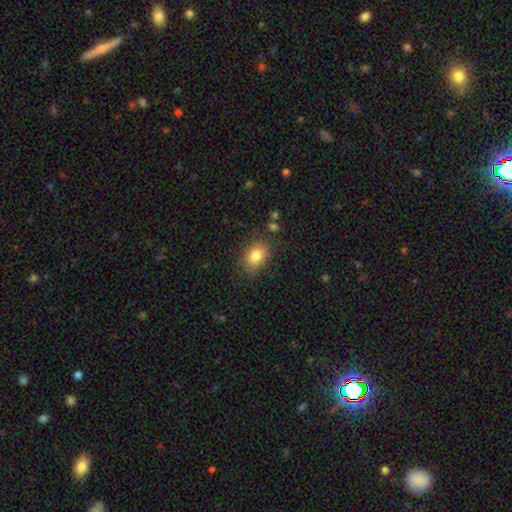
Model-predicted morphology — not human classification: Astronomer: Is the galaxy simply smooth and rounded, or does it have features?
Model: smooth — 83%.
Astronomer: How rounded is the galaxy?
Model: in between — 76%.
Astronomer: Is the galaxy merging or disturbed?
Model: none — 77%.